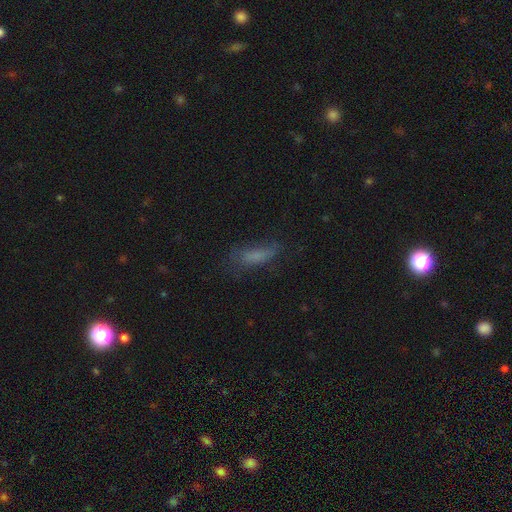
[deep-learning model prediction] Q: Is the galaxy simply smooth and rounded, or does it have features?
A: smooth — 69%.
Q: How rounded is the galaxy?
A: in between — 49%, tied with cigar-shaped.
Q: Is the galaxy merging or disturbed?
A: none — 55%.